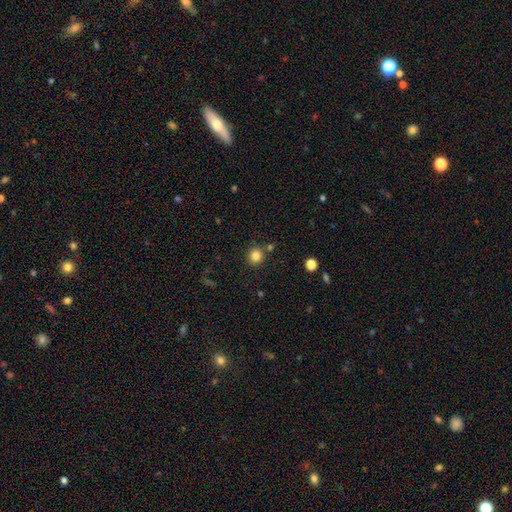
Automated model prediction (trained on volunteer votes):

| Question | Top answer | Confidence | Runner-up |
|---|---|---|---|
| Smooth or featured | smooth | 83% | star or artifact (12%) |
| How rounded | round | 88% | in between (11%) |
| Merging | none | 83% | minor disturbance (8%) |